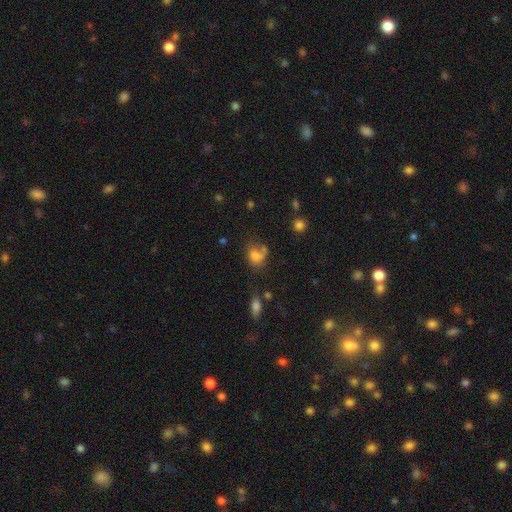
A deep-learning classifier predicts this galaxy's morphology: A smooth galaxy with no disk features (72%) that is in between round and cigar-shaped (53%).

Vote fractions:
- Smooth or featured? smooth: 72% / star or artifact: 14% / featured or disk: 14%
- How rounded? in between: 53% / round: 45% / cigar-shaped: 1%
- Merging? none: 37% / merger: 23% / minor disturbance: 22% / major disturbance: 18%